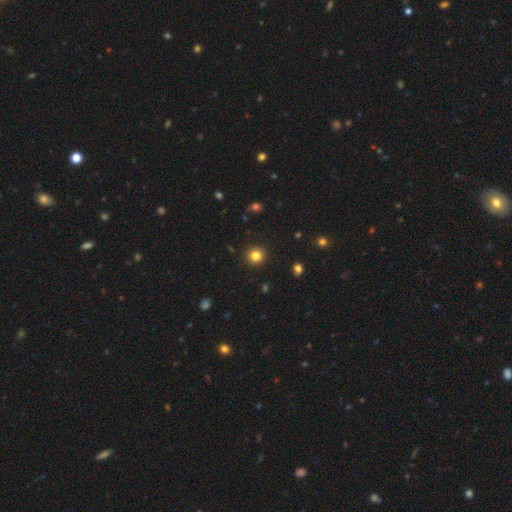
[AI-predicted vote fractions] Morphology: type=smooth (82%); roundness=round (93%); merging=none (92%).